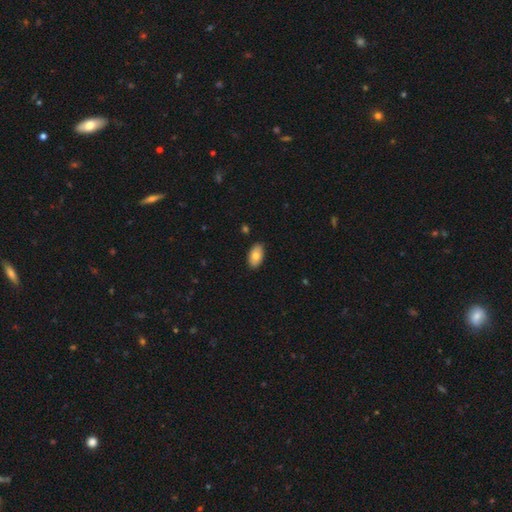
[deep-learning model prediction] Smooth or featured? smooth (79%)
How rounded? in between (94%)
Merging? none (88%)